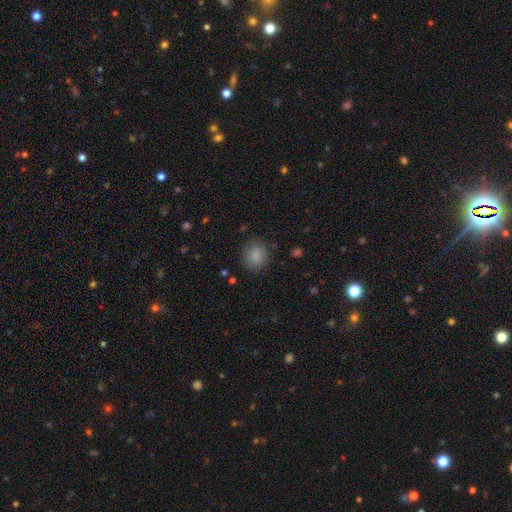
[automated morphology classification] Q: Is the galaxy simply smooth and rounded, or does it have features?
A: smooth — 86%.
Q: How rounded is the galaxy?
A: round — 78%.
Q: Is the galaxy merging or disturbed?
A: none — 85%.